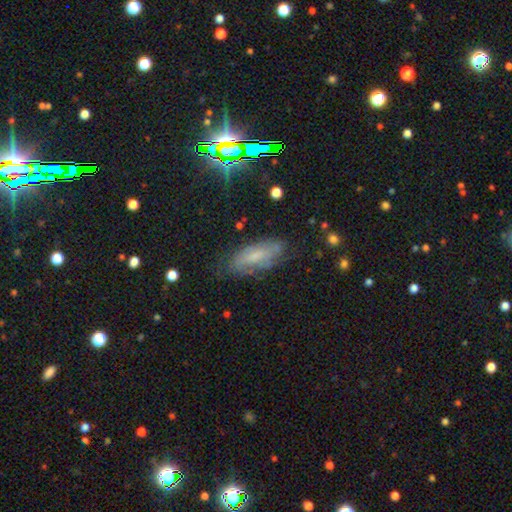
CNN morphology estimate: A smooth galaxy with no disk features (48%). Merging: none (71%).